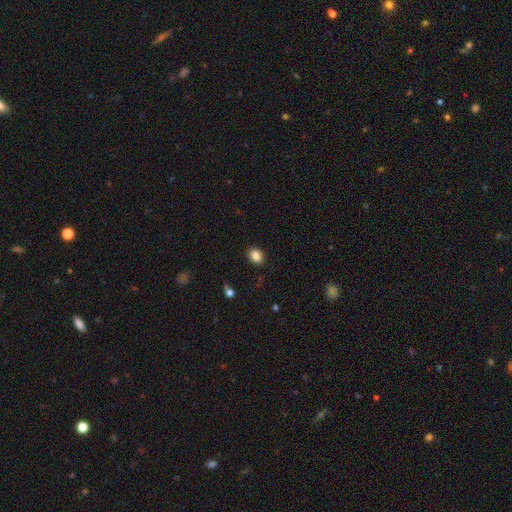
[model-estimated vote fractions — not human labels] smooth_or_featured: smooth (p=0.86) [alt: star or artifact p=0.09]
how_rounded: in between (p=0.77) [alt: round p=0.22]
merging: none (p=0.88) [alt: minor disturbance p=0.09]